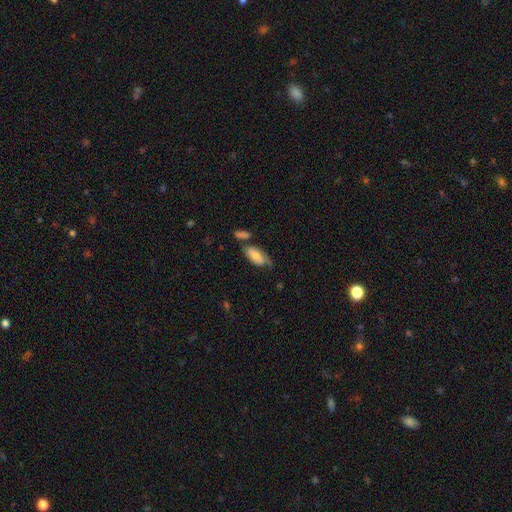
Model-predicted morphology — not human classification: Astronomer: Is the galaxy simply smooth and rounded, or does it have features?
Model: smooth — 62%.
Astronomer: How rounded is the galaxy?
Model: in between — 88%.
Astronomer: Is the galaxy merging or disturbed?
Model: none — 49% (runner-up: minor disturbance, 25%).